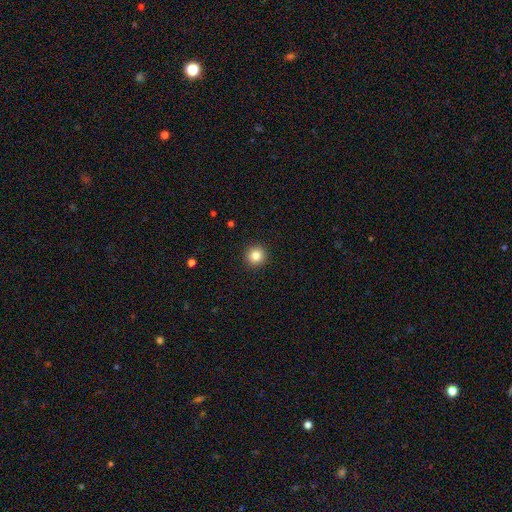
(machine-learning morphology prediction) Smooth or featured? Predicted: smooth (p=0.83). How rounded? Predicted: round (p=0.96). Merging? Predicted: none (p=0.93).